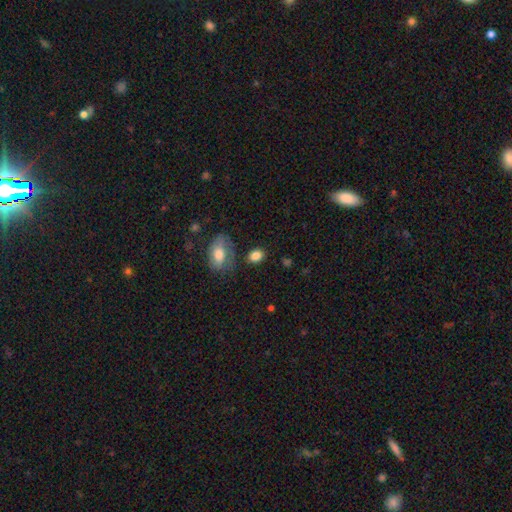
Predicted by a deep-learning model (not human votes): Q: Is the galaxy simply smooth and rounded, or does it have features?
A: smooth — 84%.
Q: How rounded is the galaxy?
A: in between — 70%.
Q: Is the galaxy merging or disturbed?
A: none — 75%.